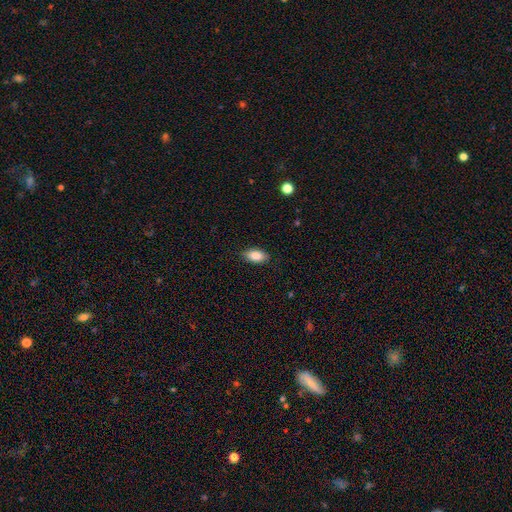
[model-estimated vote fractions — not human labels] Morphology: type=smooth (87%); roundness=in between (91%); merging=none (86%).